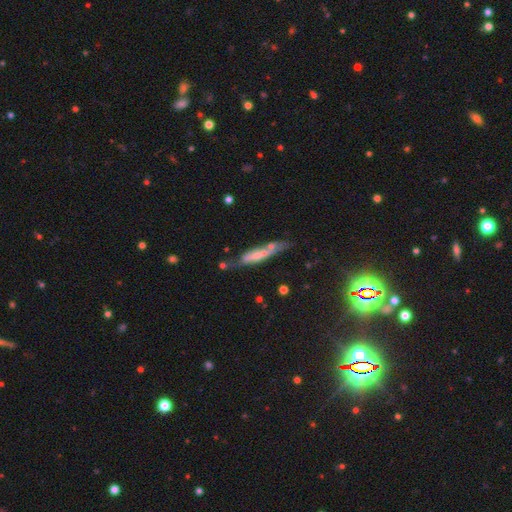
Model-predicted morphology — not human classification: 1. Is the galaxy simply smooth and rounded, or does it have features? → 49% featured or disk, 41% smooth, 10% star or artifact.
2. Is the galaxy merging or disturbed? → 51% none, 25% minor disturbance, 14% merger, 10% major disturbance.